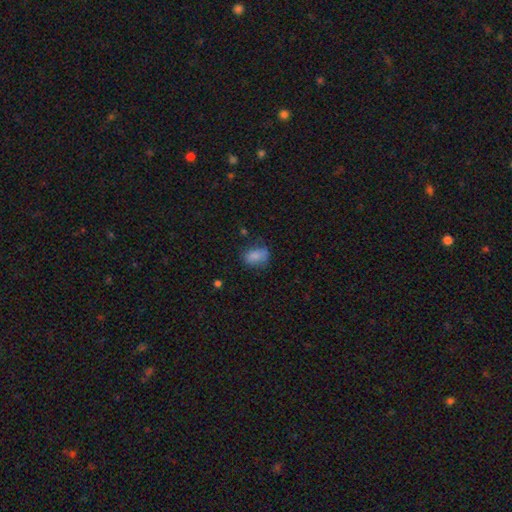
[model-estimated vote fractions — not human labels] Smooth or featured?
  - smooth: 82% *
  - star or artifact: 10%
  - featured or disk: 8%
How rounded?
  - in between: 79% *
  - round: 19%
  - cigar-shaped: 2%
Merging?
  - none: 61% *
  - minor disturbance: 27%
  - major disturbance: 10%
  - merger: 2%